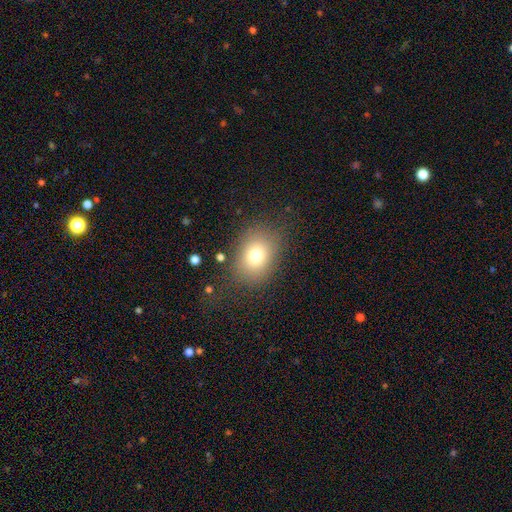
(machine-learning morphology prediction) smooth-or-featured: smooth: 75% | star or artifact: 13% | featured or disk: 12%
  how-rounded: in between: 60% | round: 39% | cigar-shaped: 1%
  merging: none: 78% | minor disturbance: 13% | major disturbance: 7% | merger: 2%